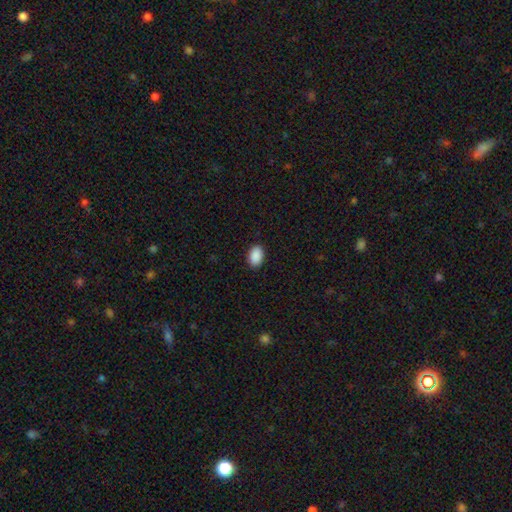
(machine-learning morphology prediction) Smooth or featured: smooth — 91% (star or artifact — 7%)
How rounded: in between — 89% (round — 10%)
Merging: none — 90% (minor disturbance — 7%)